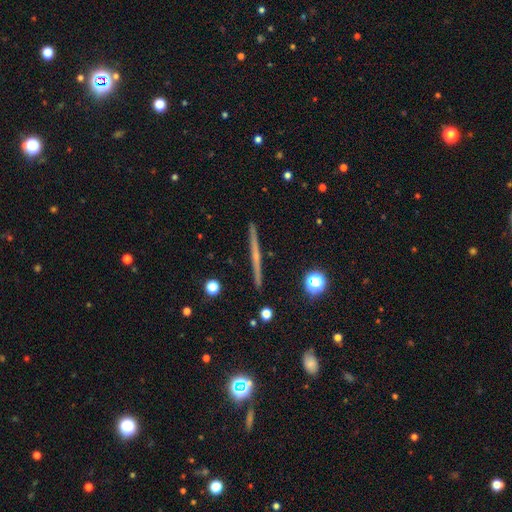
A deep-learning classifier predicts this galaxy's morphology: This is likely a featured or disk galaxy (69%). It is clearly viewed edge-on (98%). Edge-on bulge: possibly none (54%). Merging: clearly none (93%).